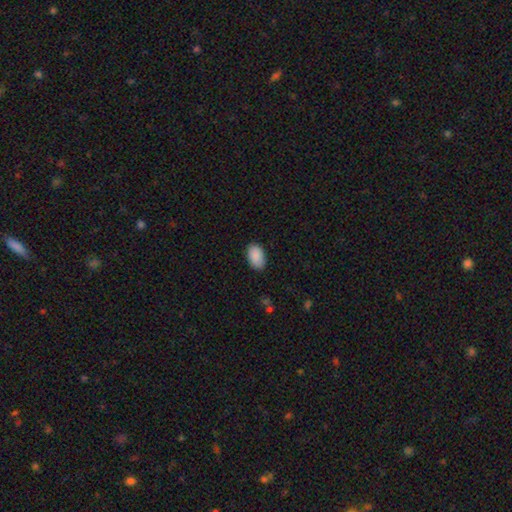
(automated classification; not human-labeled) This appears to be a smooth galaxy with no disk features (90%) that is in between round and cigar-shaped (92%). Merging: none (84%).